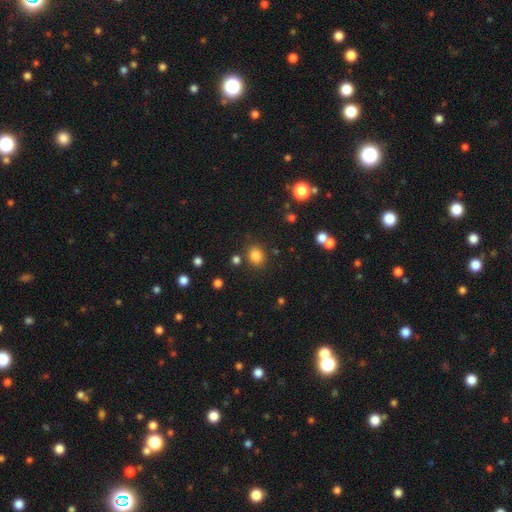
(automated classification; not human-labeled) Smooth or featured?
  - smooth: 83% *
  - star or artifact: 12%
  - featured or disk: 5%
How rounded?
  - round: 65% *
  - in between: 34%
  - cigar-shaped: 1%
Merging?
  - none: 82% *
  - minor disturbance: 10%
  - merger: 5%
  - major disturbance: 4%